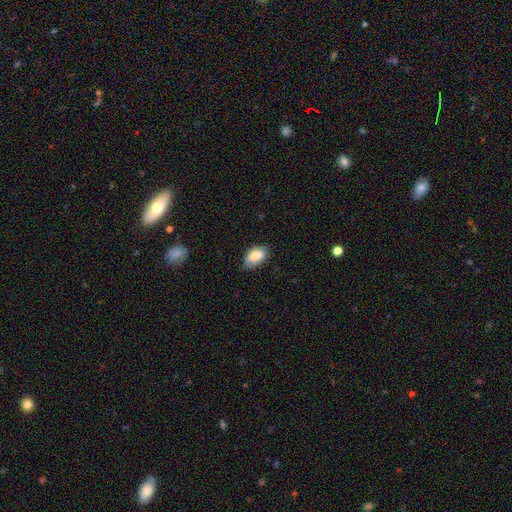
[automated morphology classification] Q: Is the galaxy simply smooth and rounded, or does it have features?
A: smooth — 83%.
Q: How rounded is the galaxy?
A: in between — 93%.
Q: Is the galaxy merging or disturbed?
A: none — 68%.